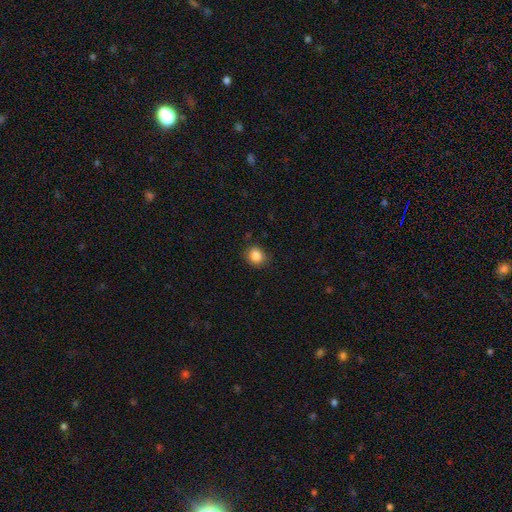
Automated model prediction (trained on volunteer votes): smooth 86%, star or artifact 10%, featured or disk 4%. Down the decision tree: how rounded — round (74%); merging — none (84%).